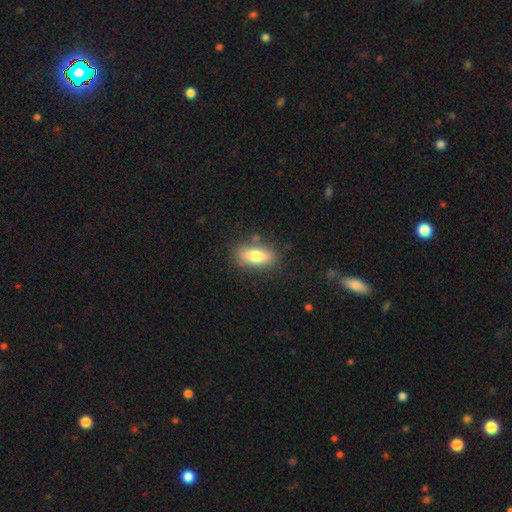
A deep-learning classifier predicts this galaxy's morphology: Q: Smooth or featured?
A: smooth (77%); runner-up: featured or disk (15%)
Q: How rounded?
A: in between (81%); runner-up: cigar-shaped (14%)
Q: Merging?
A: none (81%); runner-up: minor disturbance (13%)